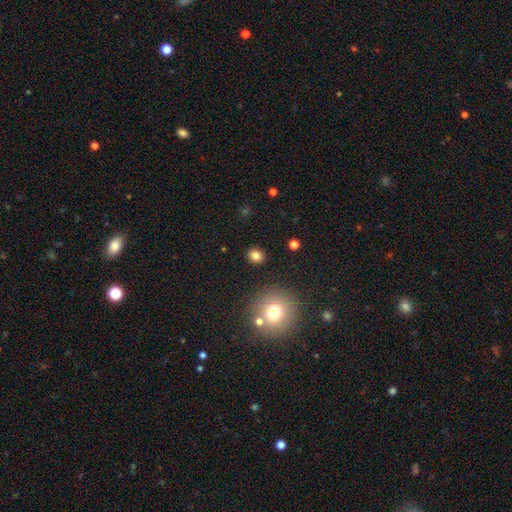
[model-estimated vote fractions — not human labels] This is clearly a smooth galaxy (80%). How rounded: clearly round (82%). Merging: clearly none (89%).